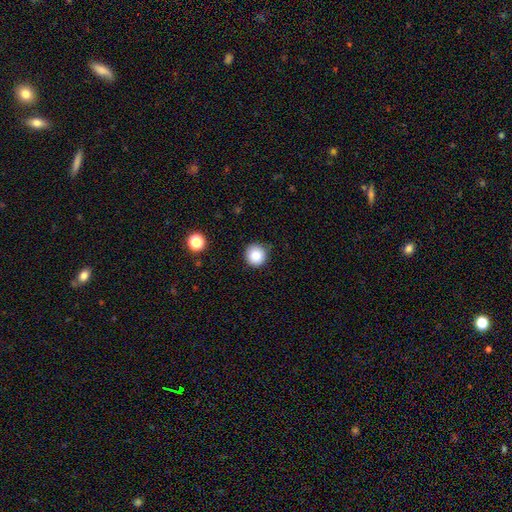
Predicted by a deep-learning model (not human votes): This appears to be a smooth galaxy with no disk features (85%) that is round (95%). Merging: none (85%).